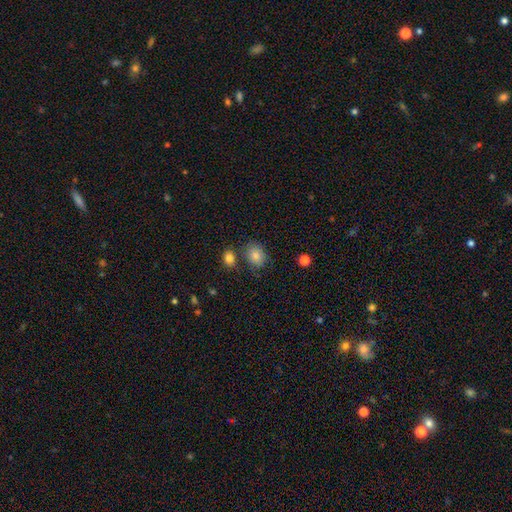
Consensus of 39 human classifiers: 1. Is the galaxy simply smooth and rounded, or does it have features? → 79% smooth, 10% featured or disk, 10% star or artifact.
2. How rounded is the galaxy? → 71% in between, 29% round, 0% cigar-shaped.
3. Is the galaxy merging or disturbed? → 71% none, 14% minor disturbance, 9% major disturbance, 6% merger.